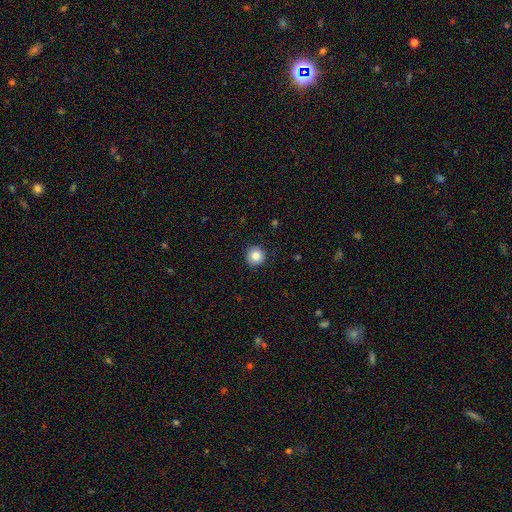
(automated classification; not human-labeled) A smooth galaxy with no disk features (85%) that is round (95%). Merging: none (91%).